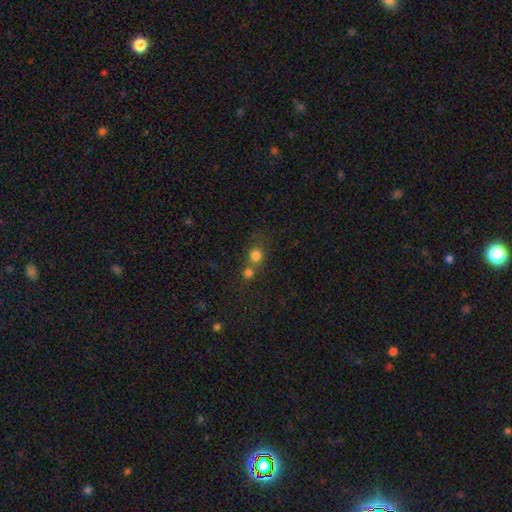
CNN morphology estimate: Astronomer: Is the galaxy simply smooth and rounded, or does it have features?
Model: smooth — 77%.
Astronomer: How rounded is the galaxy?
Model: round — 84%.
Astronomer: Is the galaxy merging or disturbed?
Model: none — 46% (runner-up: merger, 44%).